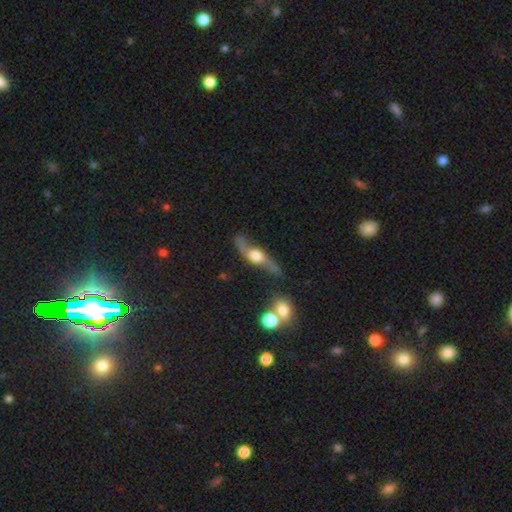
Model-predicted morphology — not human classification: Smooth or featured?
  - featured or disk: 83% *
  - smooth: 12%
  - star or artifact: 6%
Edge-on disk?
  - no: 60% *
  - yes: 40%
Merging?
  - none: 63% *
  - minor disturbance: 18%
  - major disturbance: 11%
  - merger: 7%